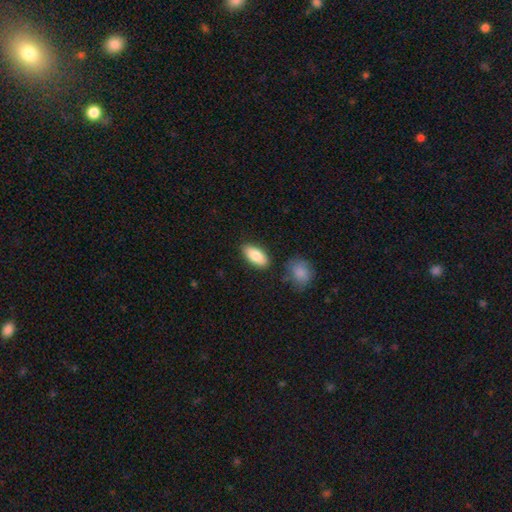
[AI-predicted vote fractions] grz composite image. It shows a smooth galaxy with no disk features (85%) that is in between round and cigar-shaped (89%). Merging: none (82%).